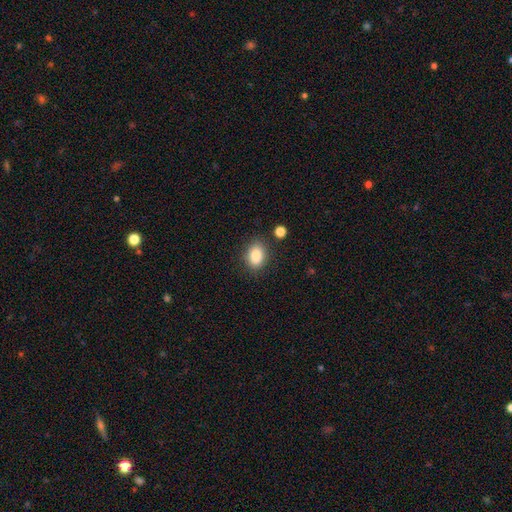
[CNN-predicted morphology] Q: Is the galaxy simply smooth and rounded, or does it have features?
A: smooth — 86%.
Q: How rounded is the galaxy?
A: in between — 78%.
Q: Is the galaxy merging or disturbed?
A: none — 82%.